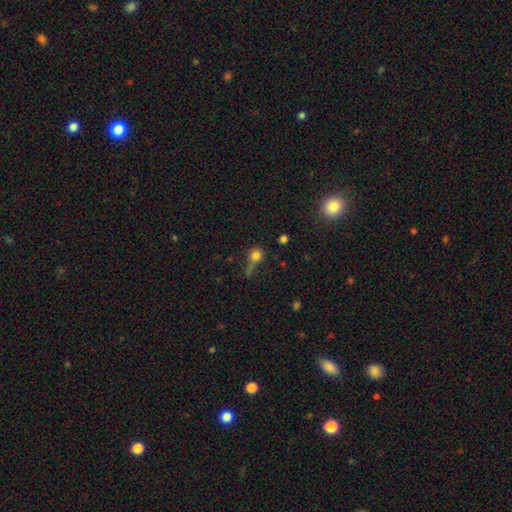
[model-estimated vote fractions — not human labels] The model was most divided on "merging": none: 45%, minor disturbance: 21%, major disturbance: 19%, merger: 15%. More confident: how rounded — round (80%); smooth or featured — smooth (75%).